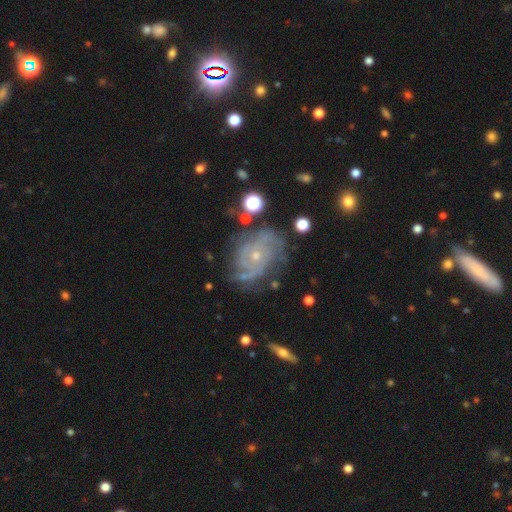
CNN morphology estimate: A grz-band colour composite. It shows a featured or disk galaxy (86%) with no bar (75%), 2 (28%) tight (54%) spiral arms (95%) and a small central bulge (69%). Merging: none (69%).